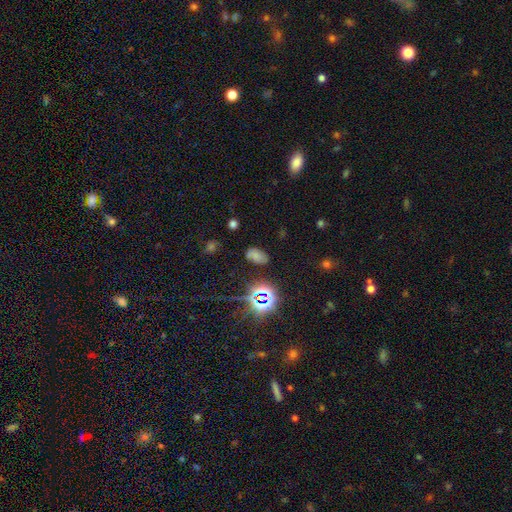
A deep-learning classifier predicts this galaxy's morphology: smooth 58%, star or artifact 30%, featured or disk 12%. Down the decision tree: how rounded — in between (91%); merging — none (76%).